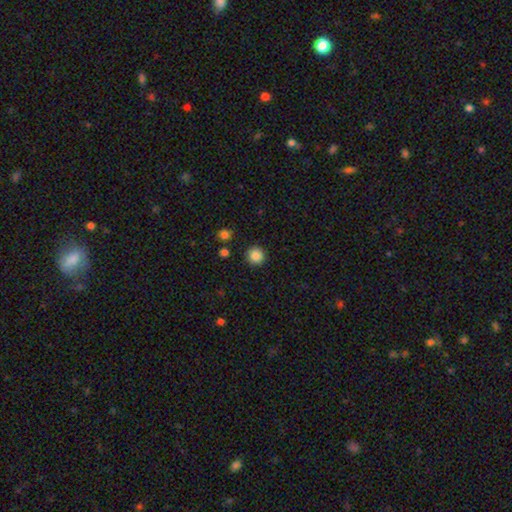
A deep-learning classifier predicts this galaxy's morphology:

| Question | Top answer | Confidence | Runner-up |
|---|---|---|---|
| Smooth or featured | smooth | 87% | star or artifact (10%) |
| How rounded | round | 95% | in between (5%) |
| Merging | none | 92% | minor disturbance (5%) |